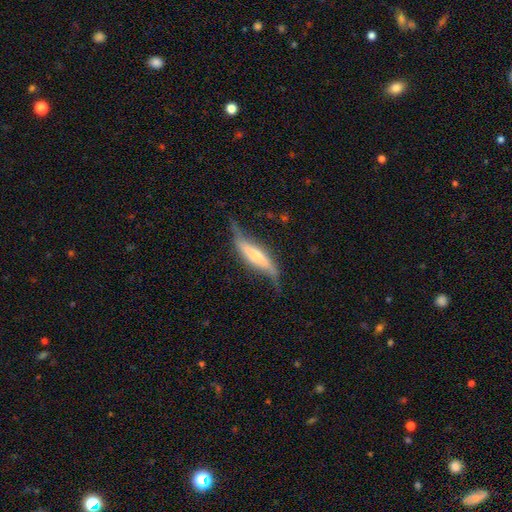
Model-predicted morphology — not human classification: This is likely a featured or disk galaxy (63%). It is possibly viewed edge-on (56%). Merging: possibly none (54%).